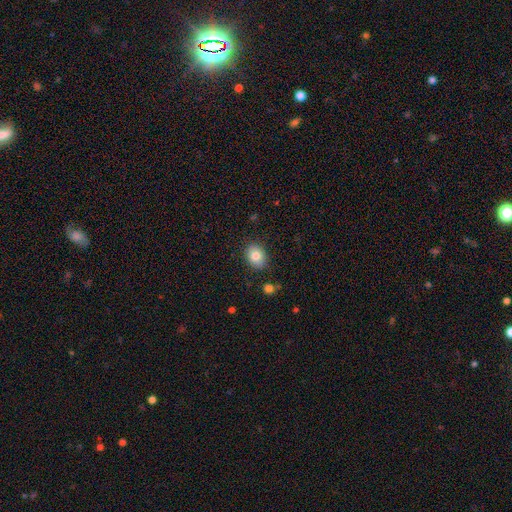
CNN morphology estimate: The model was most divided on "how rounded": in between: 58%, round: 41%, cigar-shaped: 1%. More confident: merging — none (86%); smooth or featured — smooth (82%).